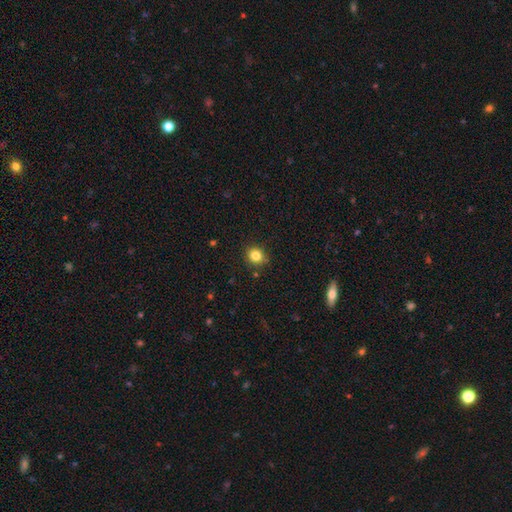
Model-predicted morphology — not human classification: Smooth or featured: smooth — 83% (star or artifact — 12%)
How rounded: round — 81% (in between — 18%)
Merging: none — 88% (minor disturbance — 8%)